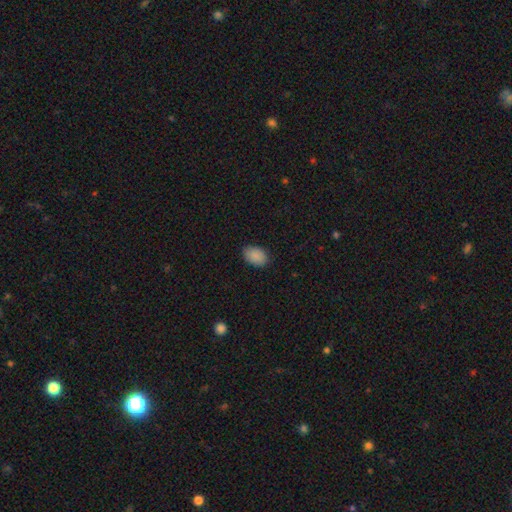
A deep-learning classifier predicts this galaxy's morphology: Smooth or featured: smooth — 89% (star or artifact — 7%)
How rounded: in between — 86% (round — 13%)
Merging: none — 86% (minor disturbance — 11%)